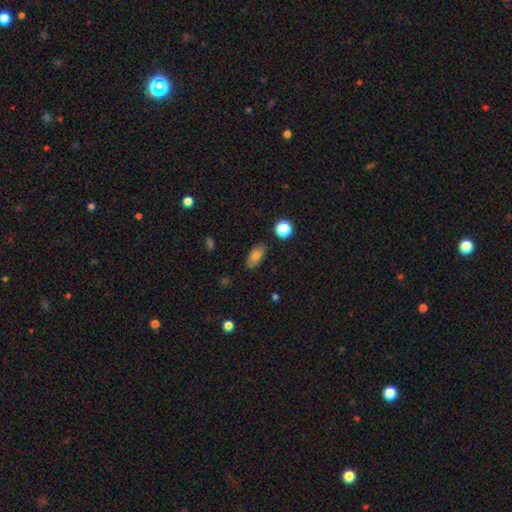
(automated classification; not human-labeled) Q: Smooth or featured?
A: smooth (79%); runner-up: featured or disk (11%)
Q: How rounded?
A: in between (87%); runner-up: round (7%)
Q: Merging?
A: none (80%); runner-up: minor disturbance (14%)